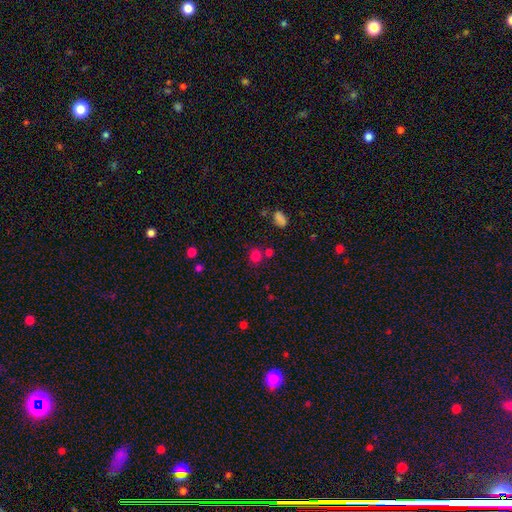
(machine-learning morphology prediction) Smooth or featured? smooth (75%)
How rounded? round (78%)
Merging? none (67%)